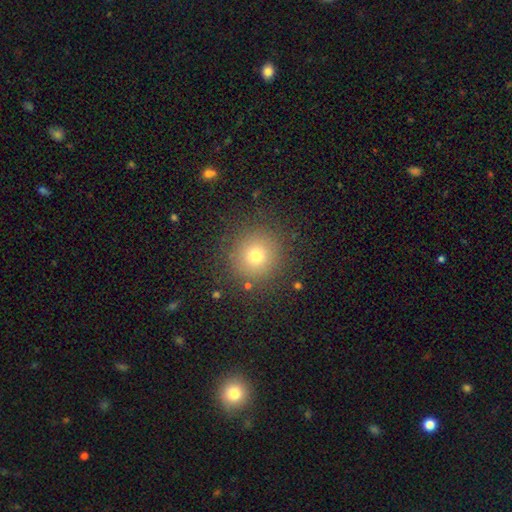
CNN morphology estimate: smooth_or_featured: smooth (p=0.73) [alt: star or artifact p=0.16]
how_rounded: round (p=0.94) [alt: in between p=0.05]
merging: none (p=0.87) [alt: minor disturbance p=0.08]